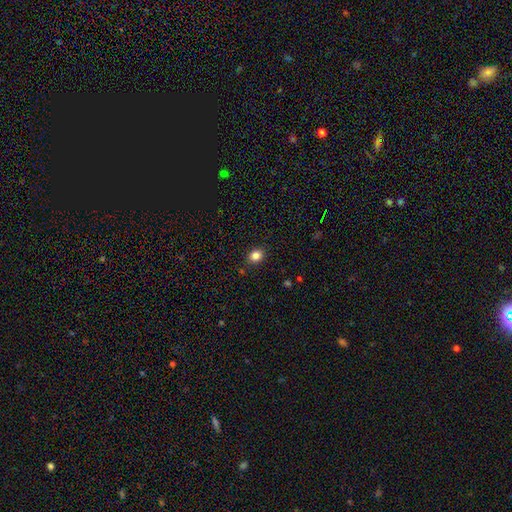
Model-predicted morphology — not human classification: This is clearly a smooth galaxy (84%). How rounded: possibly round (59%). Merging: clearly none (88%).